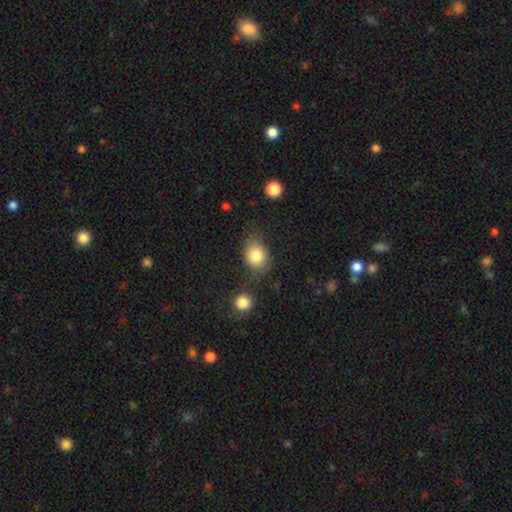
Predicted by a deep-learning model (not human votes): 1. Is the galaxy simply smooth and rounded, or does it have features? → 82% smooth, 9% star or artifact, 9% featured or disk.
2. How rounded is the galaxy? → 51% round, 48% in between, 1% cigar-shaped.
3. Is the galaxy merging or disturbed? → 70% none, 18% minor disturbance, 7% merger, 6% major disturbance.